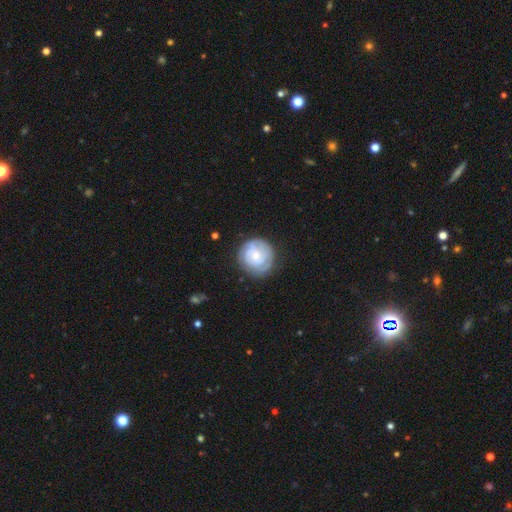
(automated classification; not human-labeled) smooth-or-featured: featured or disk: 68% | smooth: 26% | star or artifact: 6%
  disk-edge-on: no: 98% | yes: 2%
    bar: no: 76% | weak: 20% | strong: 3%
    has-spiral-arms: yes: 84% | no: 16%
      spiral-winding: tight: 72% | medium: 21% | loose: 7%
      spiral-arm-count: can't tell: 43% | 2: 24% | 3: 17% | 4: 6% | 1: 6% | more than 4: 4%
    bulge-size: small: 56% | moderate: 39% | large: 2% | none: 2% | dominant: 1%
  merging: none: 78% | minor disturbance: 15% | major disturbance: 5% | merger: 1%